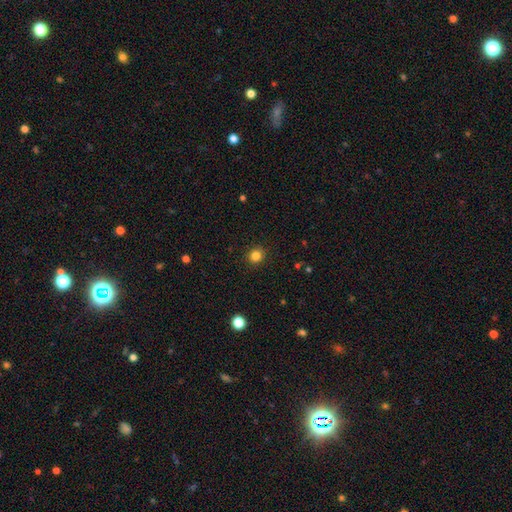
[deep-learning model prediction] This appears to be a smooth galaxy with no disk features (83%) that is round (88%). Merging: none (91%).